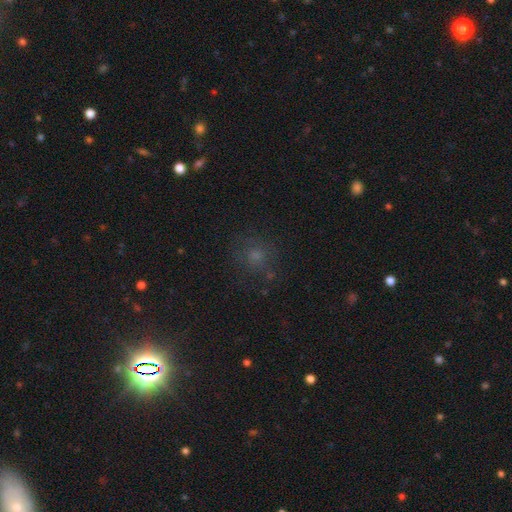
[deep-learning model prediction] Overall: smooth (56%; star or artifact 29%). How rounded: round (84%). Merging: none (73%).